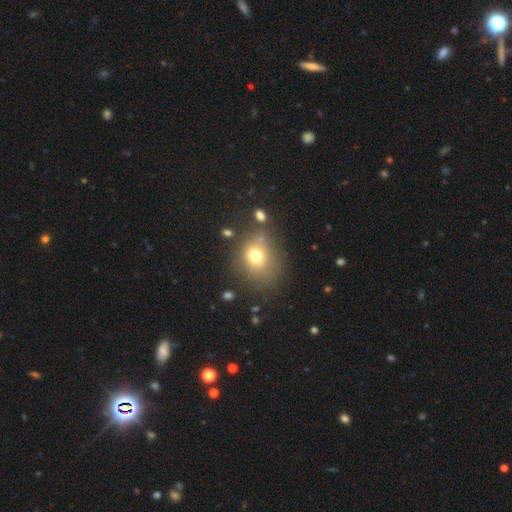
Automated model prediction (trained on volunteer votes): Smooth or featured? smooth (72%)
How rounded? round (68%)
Merging? none (68%)